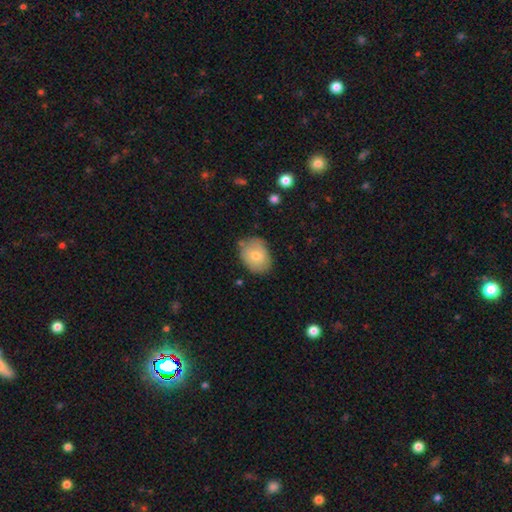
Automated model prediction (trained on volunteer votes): The model was most divided on "how rounded": in between: 64%, round: 35%, cigar-shaped: 1%. More confident: smooth or featured — smooth (74%); merging — none (71%).